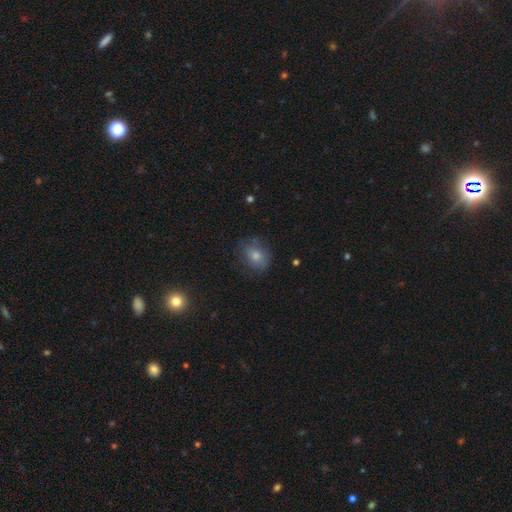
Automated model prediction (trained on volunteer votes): smooth_or_featured: smooth (p=0.64) [alt: featured or disk p=0.20]
how_rounded: round (p=0.51) [alt: in between p=0.48]
merging: none (p=0.74) [alt: minor disturbance p=0.19]